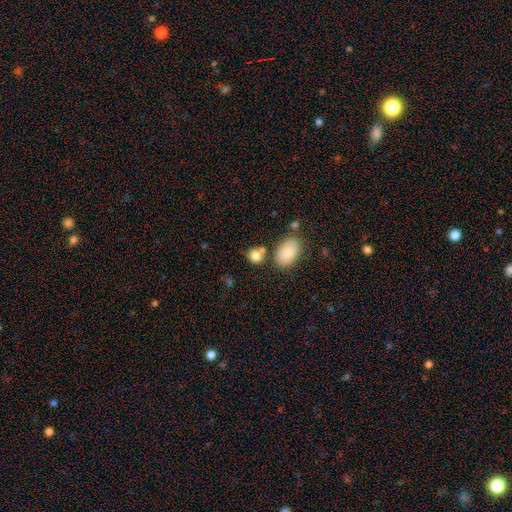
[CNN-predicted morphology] Overall: smooth (83%). How rounded: round (56%; in between 42%). Merging: none (61%; merger 21%).